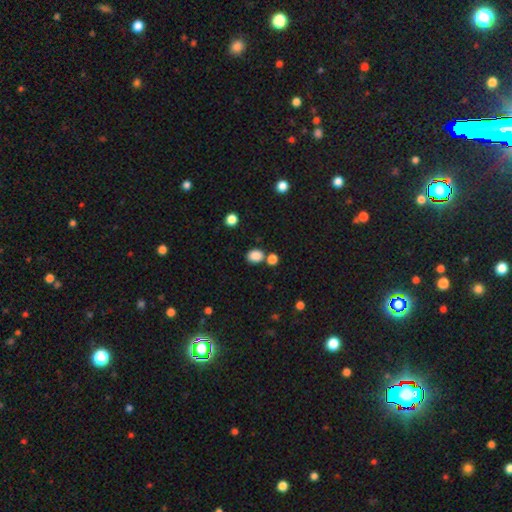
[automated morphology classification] type=smooth (85%); roundness=in between (56%); merging=none (70%).